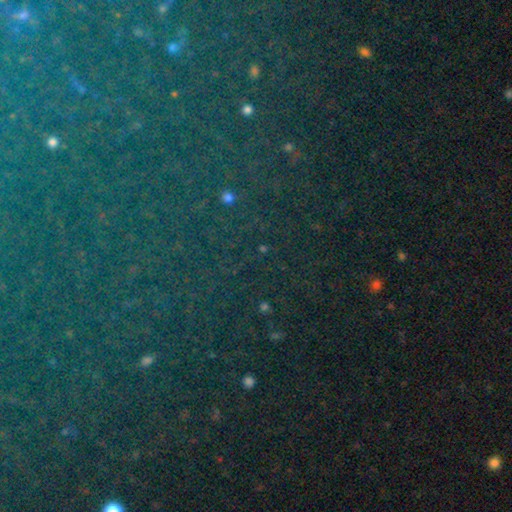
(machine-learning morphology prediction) A star or artifact, not a galaxy (82%).

Vote fractions:
- Smooth or featured? star or artifact: 82% / smooth: 10% / featured or disk: 8%